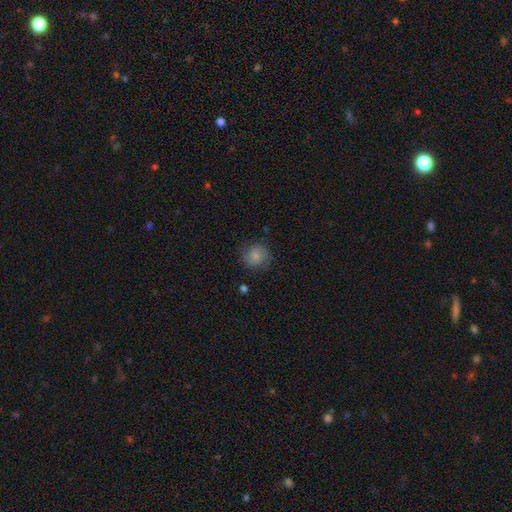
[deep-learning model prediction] Smooth or featured?
  - smooth: 75% *
  - featured or disk: 17%
  - star or artifact: 9%
How rounded?
  - round: 87% *
  - in between: 12%
  - cigar-shaped: 1%
Merging?
  - none: 76% *
  - minor disturbance: 17%
  - major disturbance: 6%
  - merger: 1%